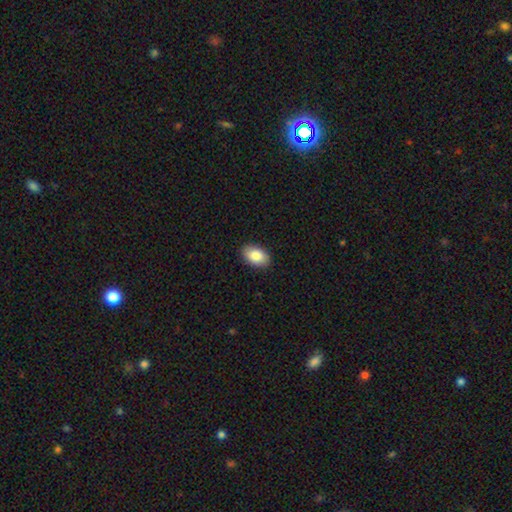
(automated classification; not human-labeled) A smooth galaxy with no disk features (87%) that is in between round and cigar-shaped (91%).

Vote fractions:
- Smooth or featured? smooth: 87% / featured or disk: 7% / star or artifact: 7%
- How rounded? in between: 91% / round: 7% / cigar-shaped: 1%
- Merging? none: 90% / minor disturbance: 7% / major disturbance: 2% / merger: 1%